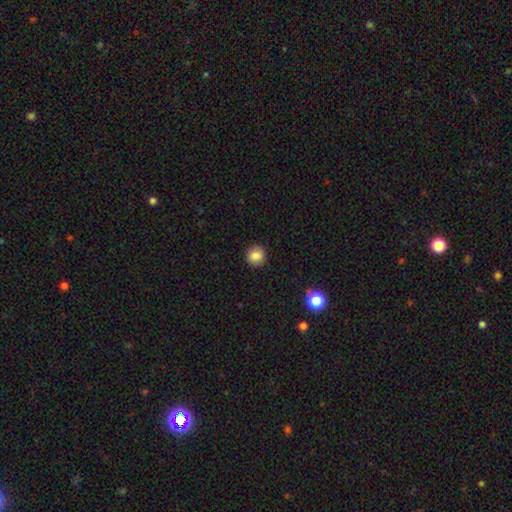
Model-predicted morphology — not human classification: A smooth galaxy with no disk features (84%) that is round (91%).

Vote fractions:
- Smooth or featured? smooth: 84% / star or artifact: 10% / featured or disk: 6%
- How rounded? round: 91% / in between: 8% / cigar-shaped: 1%
- Merging? none: 91% / minor disturbance: 6% / major disturbance: 2% / merger: 1%